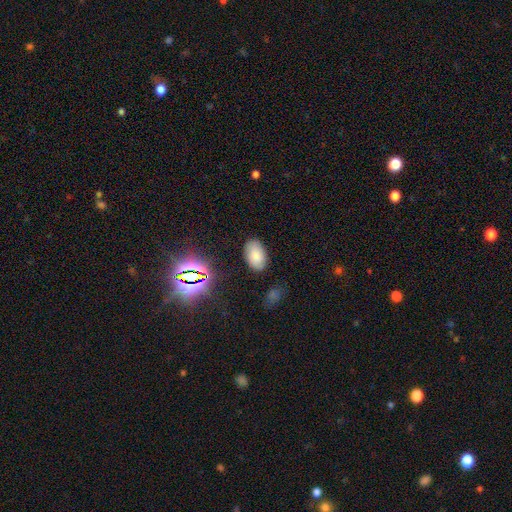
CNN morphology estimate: type=smooth (79%); roundness=in between (92%); merging=none (83%).